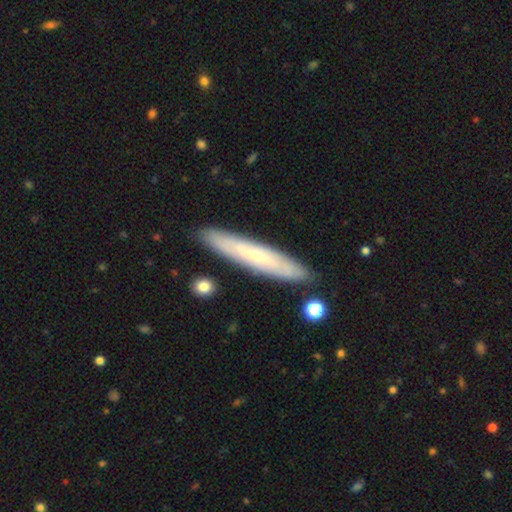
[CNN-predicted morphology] The model was most divided on "smooth or featured": featured or disk: 50%, smooth: 44%, star or artifact: 6%. More confident: merging — none (87%); edge-on disk — yes (69%).